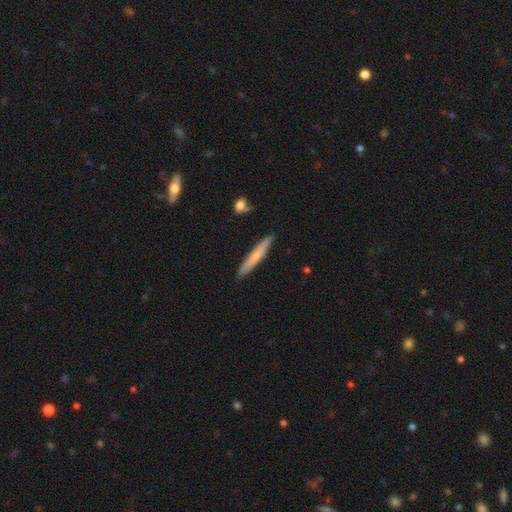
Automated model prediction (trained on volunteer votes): A smooth galaxy with no disk features (62%) that is cigar-shaped (95%).

Vote fractions:
- Smooth or featured? smooth: 62% / featured or disk: 32% / star or artifact: 6%
- How rounded? cigar-shaped: 95% / in between: 4% / round: 1%
- Merging? none: 88% / minor disturbance: 9% / merger: 2% / major disturbance: 2%